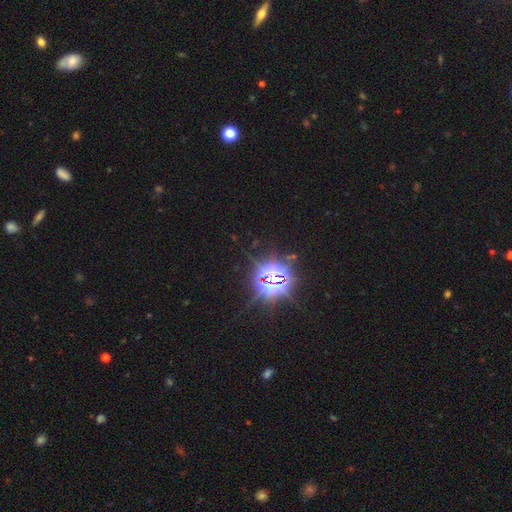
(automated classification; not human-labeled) This is clearly a star or artifact rather than a galaxy (85%).